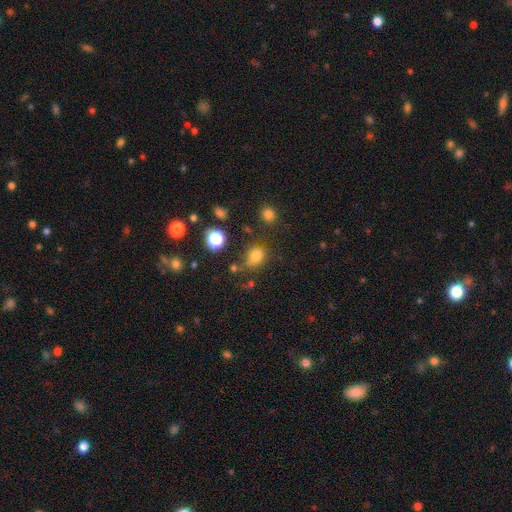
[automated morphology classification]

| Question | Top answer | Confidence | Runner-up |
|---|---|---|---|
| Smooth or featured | smooth | 76% | star or artifact (17%) |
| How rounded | in between | 51% | round (48%) |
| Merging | none | 66% | minor disturbance (18%) |